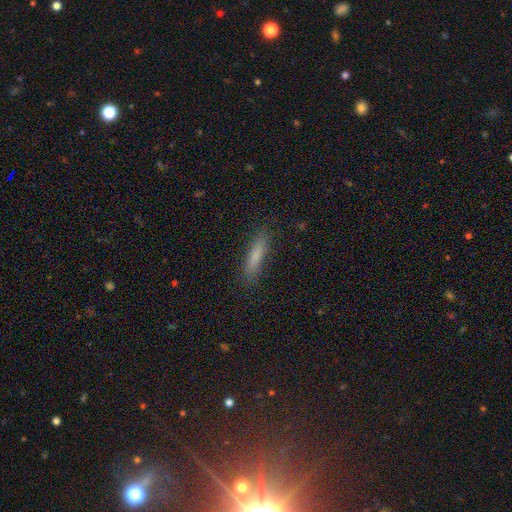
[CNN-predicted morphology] smooth-or-featured: smooth: 80% | featured or disk: 12% | star or artifact: 8%
  how-rounded: cigar-shaped: 81% | in between: 17% | round: 2%
  merging: none: 86% | minor disturbance: 10% | major disturbance: 3% | merger: 1%